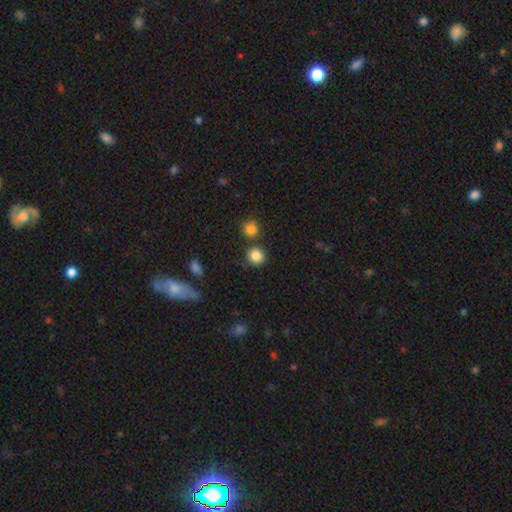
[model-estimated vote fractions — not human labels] This is clearly a smooth galaxy (85%). How rounded: clearly round (87%). Merging: likely none (79%).